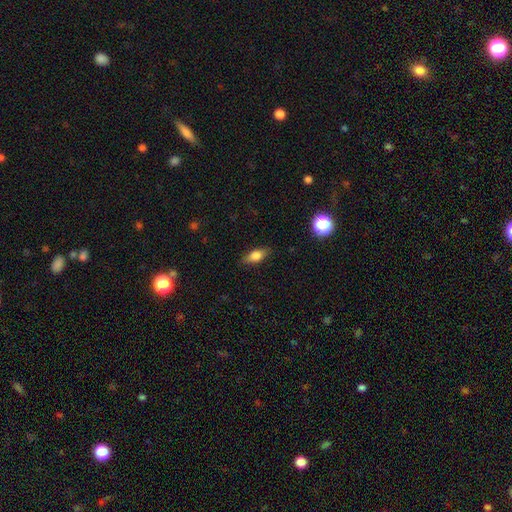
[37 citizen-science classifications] smooth-or-featured: smooth: 65% | featured or disk: 30% | star or artifact: 5%
  how-rounded: in between: 67% | cigar-shaped: 21% | round: 12%
  merging: none: 83% | minor disturbance: 11% | major disturbance: 3% | merger: 3%